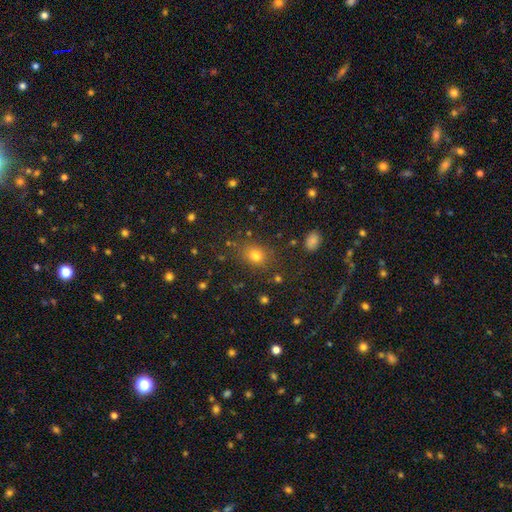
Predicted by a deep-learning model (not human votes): This appears to be a smooth galaxy with no disk features (73%) that is round (57%). Merging: none (81%).